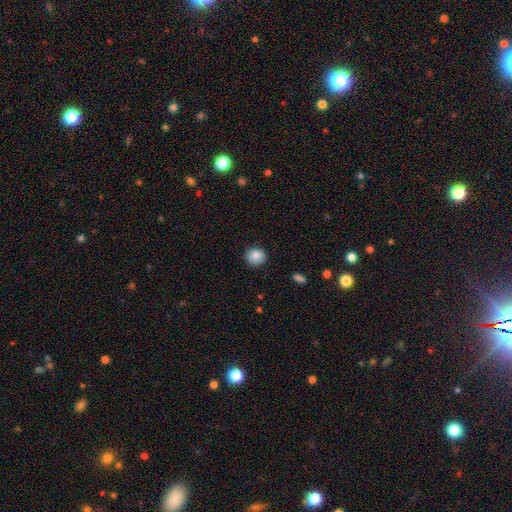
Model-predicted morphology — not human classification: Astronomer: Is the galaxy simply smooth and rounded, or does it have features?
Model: smooth — 86%.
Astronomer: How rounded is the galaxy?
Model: round — 85%.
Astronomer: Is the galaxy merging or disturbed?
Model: none — 89%.